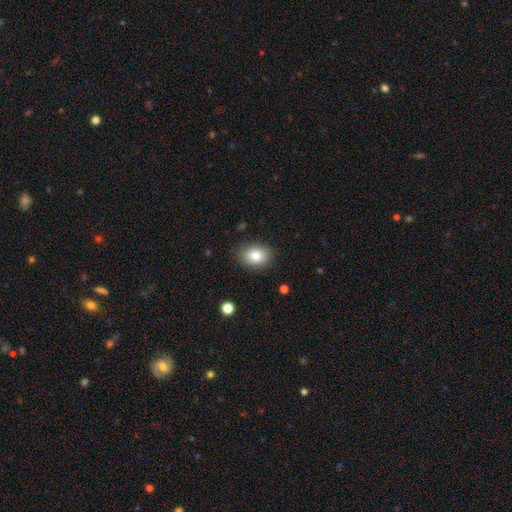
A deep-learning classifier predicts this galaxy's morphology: Overall: smooth (81%). How rounded: in between (64%; round 36%). Merging: none (86%).